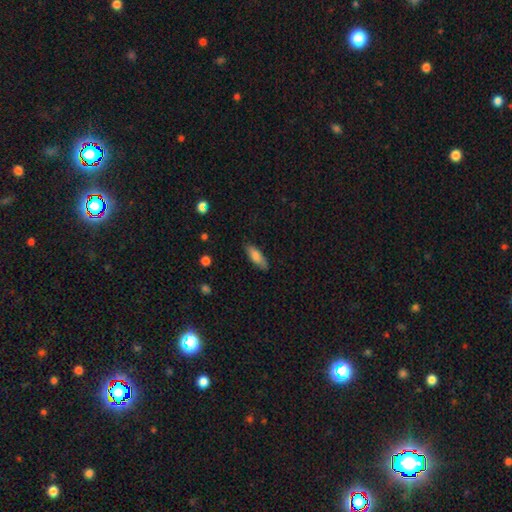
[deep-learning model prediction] Morphology: type=smooth (78%); roundness=in between (58%); merging=none (83%).